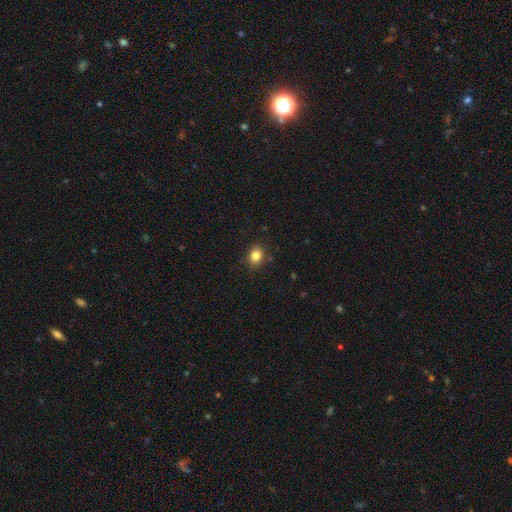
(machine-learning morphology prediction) Overall: smooth (83%). How rounded: round (59%; in between 40%). Merging: none (87%).